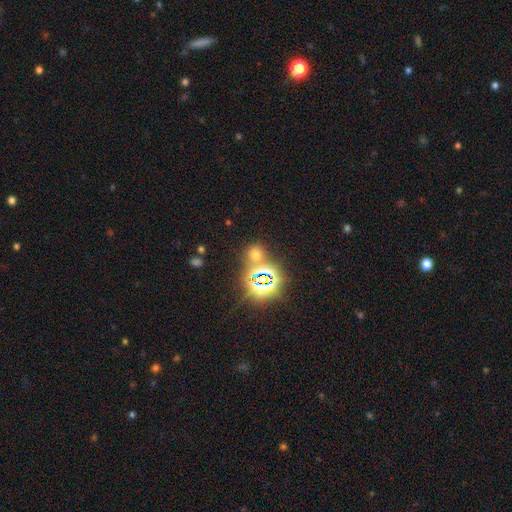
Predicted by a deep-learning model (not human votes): Smooth or featured? Predicted: star or artifact (p=0.58).